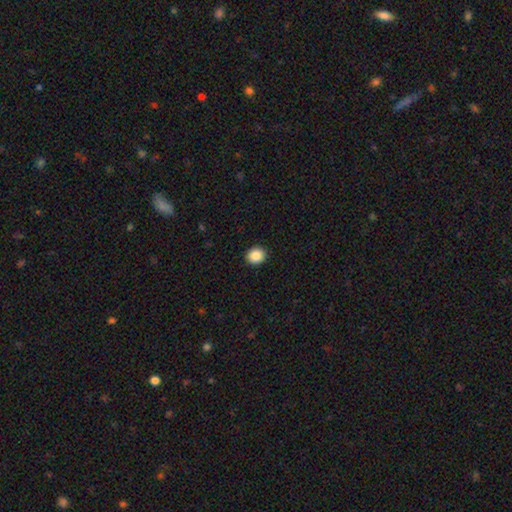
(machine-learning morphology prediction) smooth_or_featured: smooth (p=0.87) [alt: star or artifact p=0.09]
how_rounded: round (p=0.78) [alt: in between p=0.21]
merging: none (p=0.92) [alt: minor disturbance p=0.05]